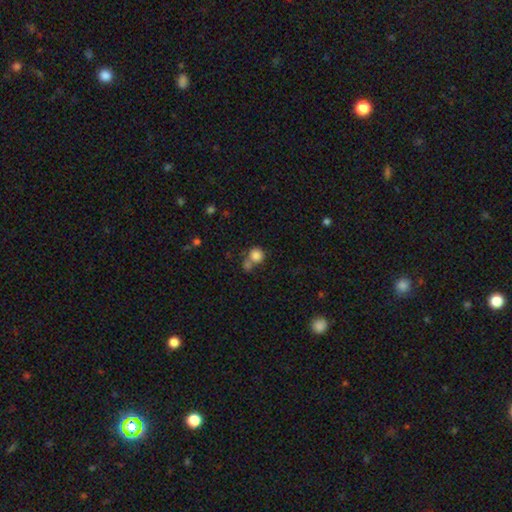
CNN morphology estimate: This is clearly a smooth galaxy (83%). How rounded: clearly round (89%). Merging: possibly none (51%).